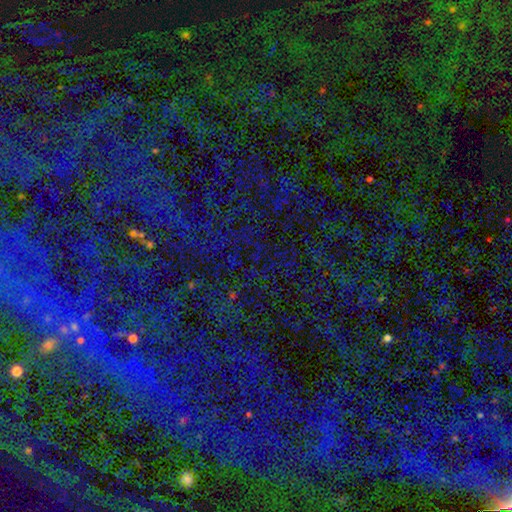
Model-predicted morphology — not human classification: smooth_or_featured: star or artifact (p=0.72) [alt: smooth p=0.20]